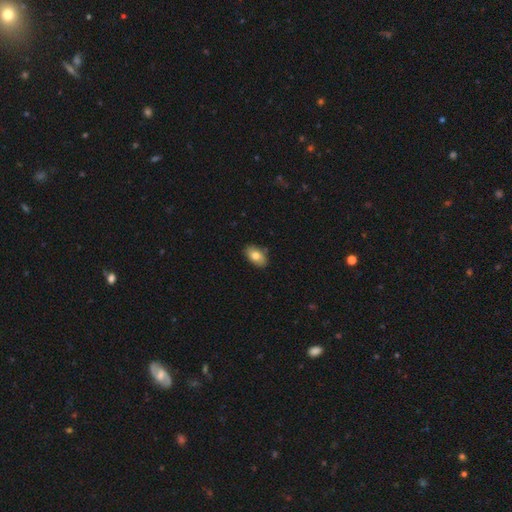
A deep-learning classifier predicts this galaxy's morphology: A smooth galaxy with no disk features (77%) that is in between round and cigar-shaped (92%). Merging: none (84%).